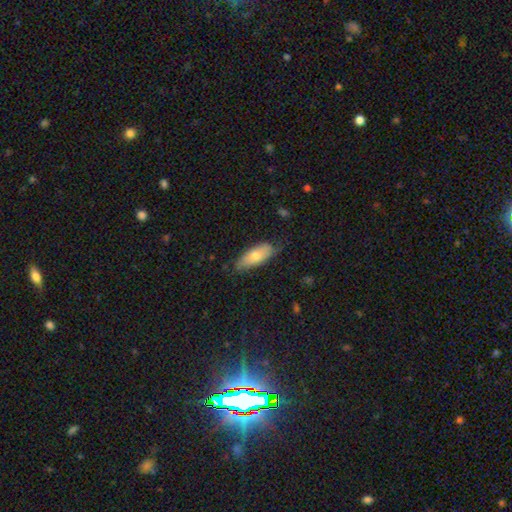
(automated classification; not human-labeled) A smooth galaxy with no disk features (68%) that is in between round and cigar-shaped (74%).

Vote fractions:
- Smooth or featured? smooth: 68% / featured or disk: 25% / star or artifact: 7%
- How rounded? in between: 74% / cigar-shaped: 24% / round: 2%
- Merging? none: 72% / minor disturbance: 23% / major disturbance: 4% / merger: 1%